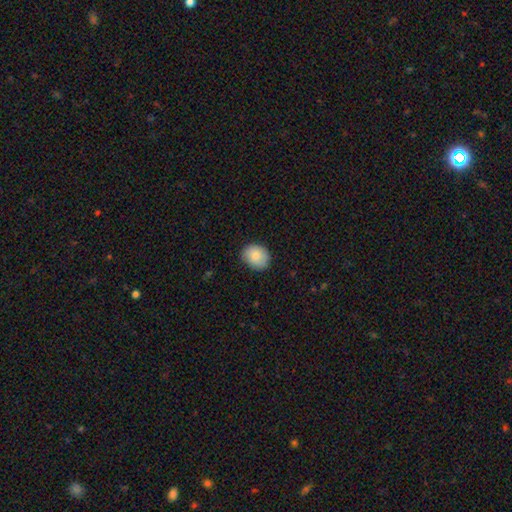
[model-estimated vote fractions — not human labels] Overall: smooth (83%). How rounded: round (59%; in between 41%). Merging: none (82%).